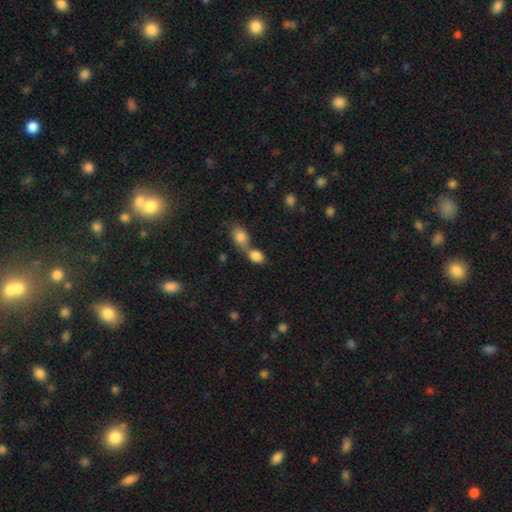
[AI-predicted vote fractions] A smooth galaxy with no disk features (84%) that is in between round and cigar-shaped (68%). Merging: merger (65%).